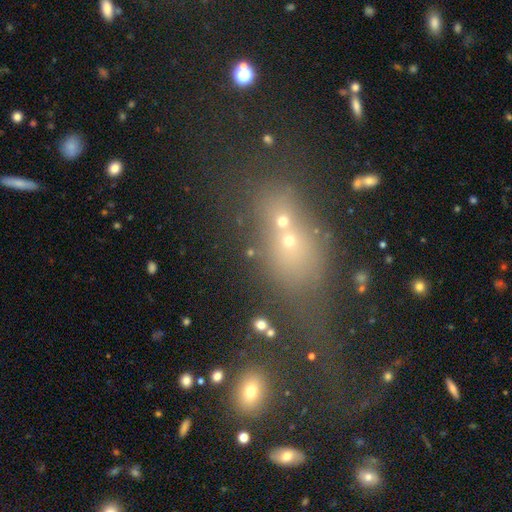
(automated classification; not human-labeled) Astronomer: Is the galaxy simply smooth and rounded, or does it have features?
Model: smooth — 45% (runner-up: star or artifact, 36%).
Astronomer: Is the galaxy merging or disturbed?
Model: none — 38% (runner-up: merger, 34%).